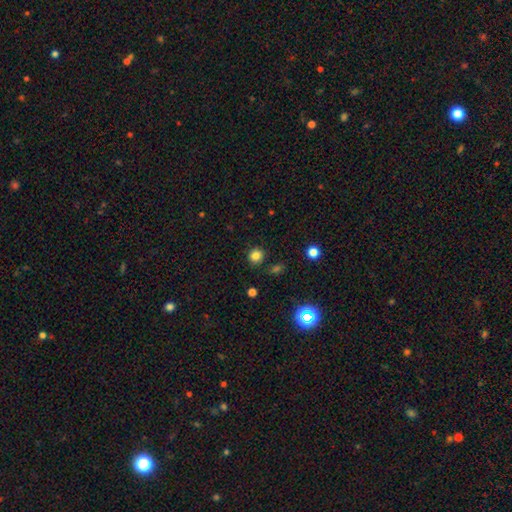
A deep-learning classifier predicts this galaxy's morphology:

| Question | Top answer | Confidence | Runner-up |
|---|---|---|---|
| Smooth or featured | smooth | 81% | star or artifact (14%) |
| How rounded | round | 86% | in between (13%) |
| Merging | none | 86% | minor disturbance (9%) |